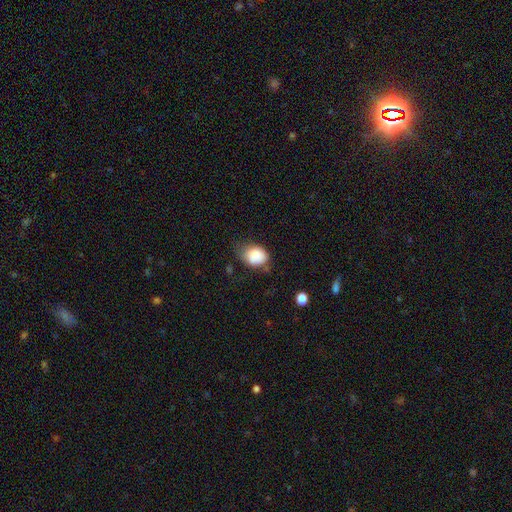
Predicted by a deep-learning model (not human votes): Overall: smooth (84%). How rounded: in between (64%; round 35%). Merging: none (45%; minor disturbance 37%).